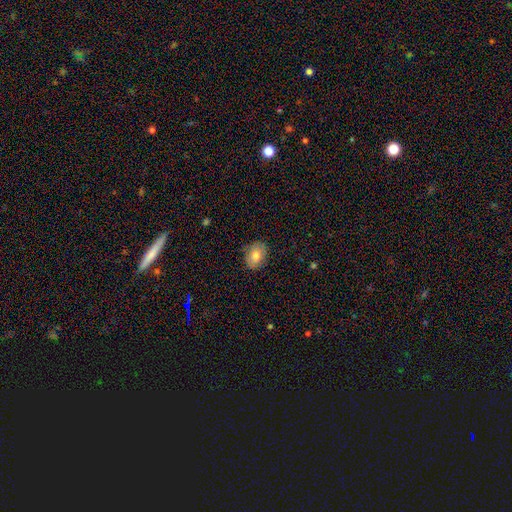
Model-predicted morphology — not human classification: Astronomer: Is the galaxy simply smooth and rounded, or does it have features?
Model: smooth — 76%.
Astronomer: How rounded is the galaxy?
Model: in between — 80%.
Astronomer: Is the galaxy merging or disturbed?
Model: none — 80%.